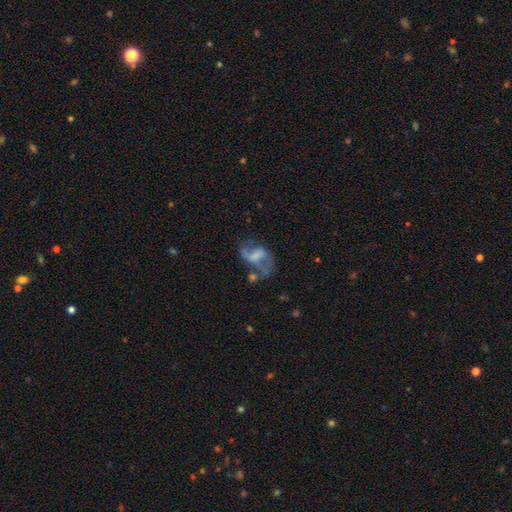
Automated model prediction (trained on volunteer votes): Smooth or featured?
  - featured or disk: 76% *
  - smooth: 15%
  - star or artifact: 9%
Edge-on disk?
  - no: 97% *
  - yes: 3%
Bar?
  - weak: 46% *
  - no: 32%
  - strong: 22%
Spiral arms?
  - yes: 85% *
  - no: 15%
Spiral winding?
  - loose: 67% *
  - medium: 28%
  - tight: 5%
Spiral arm count?
  - 2: 85% *
  - 1: 7%
  - can't tell: 5%
  - 3: 1%
  - 4: 1%
  - more than 4: 1%
Bulge size?
  - none: 45% *
  - small: 24%
  - moderate: 21%
  - large: 8%
  - dominant: 2%
Merging?
  - none: 40% *
  - major disturbance: 27%
  - minor disturbance: 19%
  - merger: 13%